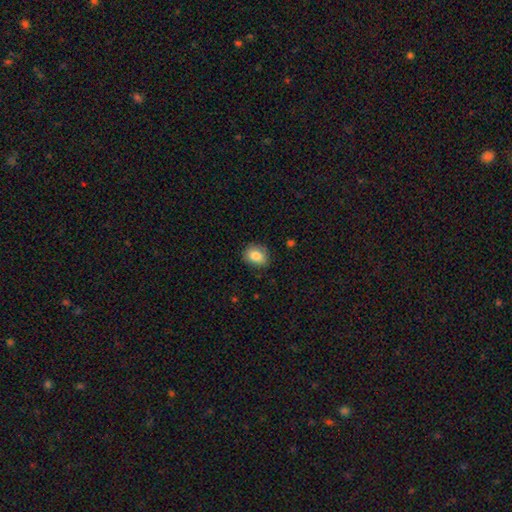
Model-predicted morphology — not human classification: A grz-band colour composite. It shows a smooth galaxy with no disk features (84%) that is in between round and cigar-shaped (57%). Merging: none (83%).